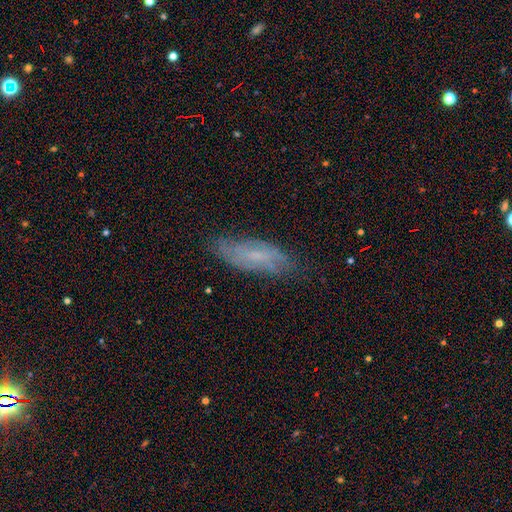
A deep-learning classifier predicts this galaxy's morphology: This appears to be a featured or disk galaxy (54%). Merging: none (74%).